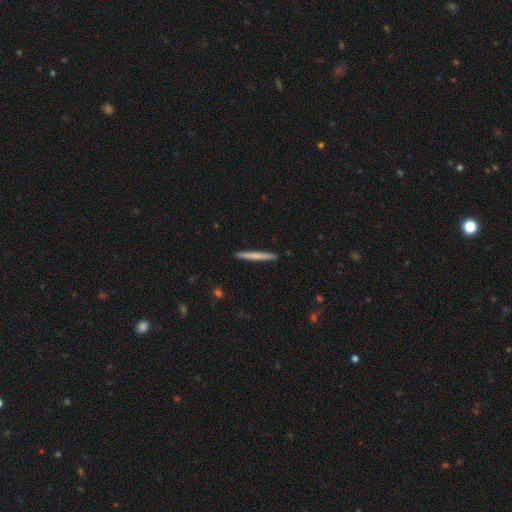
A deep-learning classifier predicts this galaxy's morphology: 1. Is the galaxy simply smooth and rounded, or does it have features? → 66% smooth, 29% featured or disk, 5% star or artifact.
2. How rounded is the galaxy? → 97% cigar-shaped, 2% in between, 1% round.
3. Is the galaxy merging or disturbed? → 92% none, 5% minor disturbance, 1% major disturbance, 1% merger.